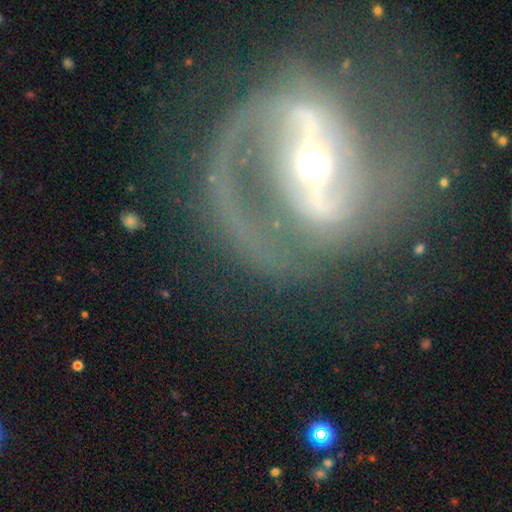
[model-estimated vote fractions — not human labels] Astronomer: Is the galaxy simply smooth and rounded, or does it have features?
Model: featured or disk — 89%.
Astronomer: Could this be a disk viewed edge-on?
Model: no — 95%.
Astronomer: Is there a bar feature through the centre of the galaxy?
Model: strong — 74%.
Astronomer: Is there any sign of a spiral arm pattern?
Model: yes — 92%.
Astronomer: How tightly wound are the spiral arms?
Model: medium — 51%.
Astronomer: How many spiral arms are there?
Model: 2 — 83%.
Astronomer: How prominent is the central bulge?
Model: moderate — 54% (runner-up: small, 38%).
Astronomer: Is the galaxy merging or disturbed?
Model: none — 62%.